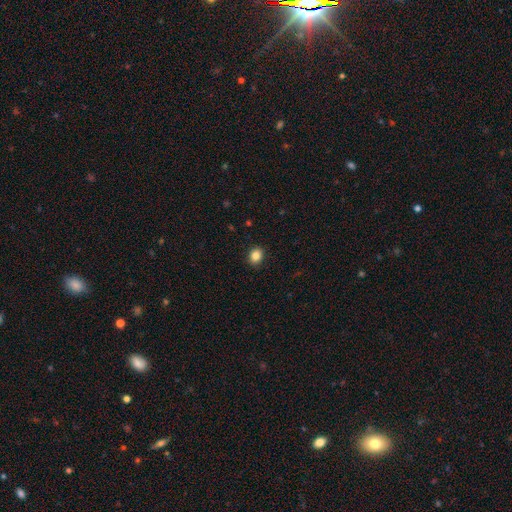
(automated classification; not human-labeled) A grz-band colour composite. It shows a smooth galaxy with no disk features (86%) that is in between round and cigar-shaped (52%). Merging: none (90%).